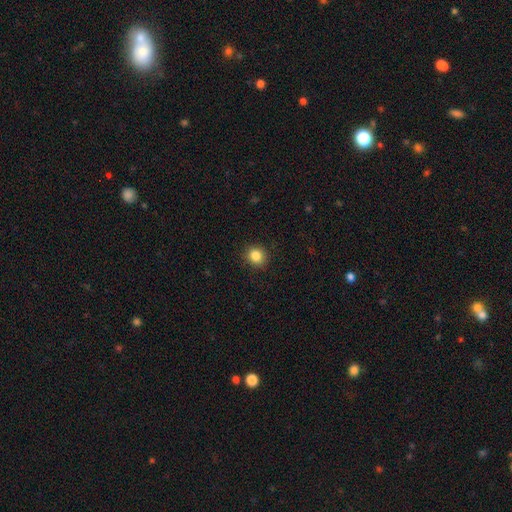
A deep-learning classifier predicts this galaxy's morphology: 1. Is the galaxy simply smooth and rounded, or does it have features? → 85% smooth, 10% star or artifact, 5% featured or disk.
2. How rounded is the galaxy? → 82% round, 17% in between, 1% cigar-shaped.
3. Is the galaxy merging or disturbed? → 90% none, 7% minor disturbance, 2% major disturbance, 1% merger.